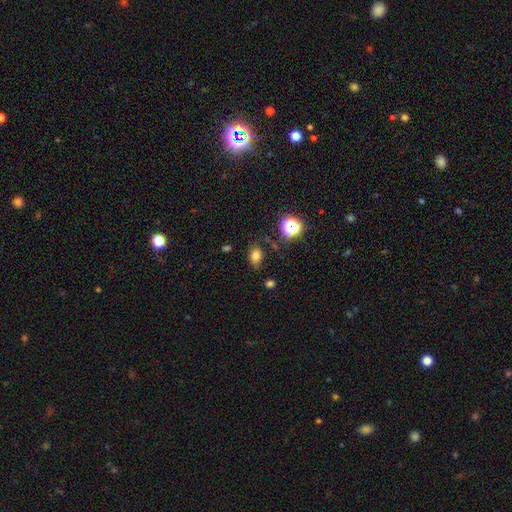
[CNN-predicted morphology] Q: Smooth or featured?
A: smooth (74%); runner-up: star or artifact (17%)
Q: How rounded?
A: in between (70%); runner-up: round (29%)
Q: Merging?
A: none (70%); runner-up: minor disturbance (20%)